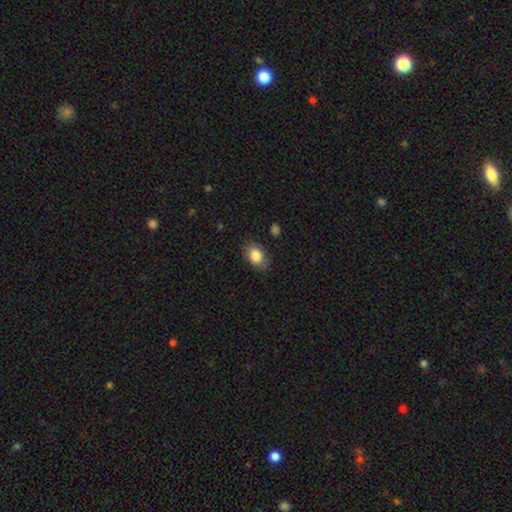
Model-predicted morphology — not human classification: Overall: smooth (83%). How rounded: in between (83%). Merging: none (80%).